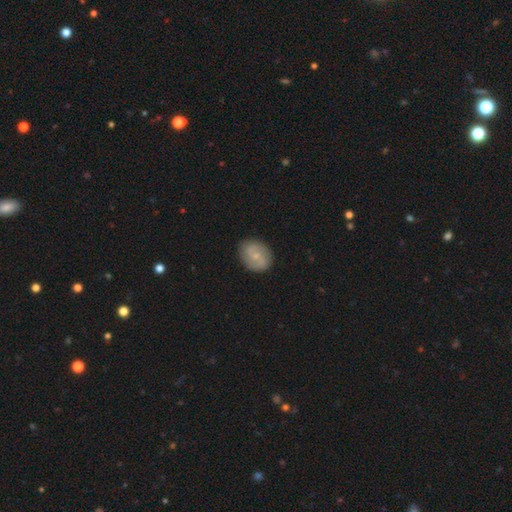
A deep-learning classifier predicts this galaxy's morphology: A featured or disk galaxy (59%) with no bar (52%), spiral arms (86%) and a small central bulge (64%). Merging: none (86%).